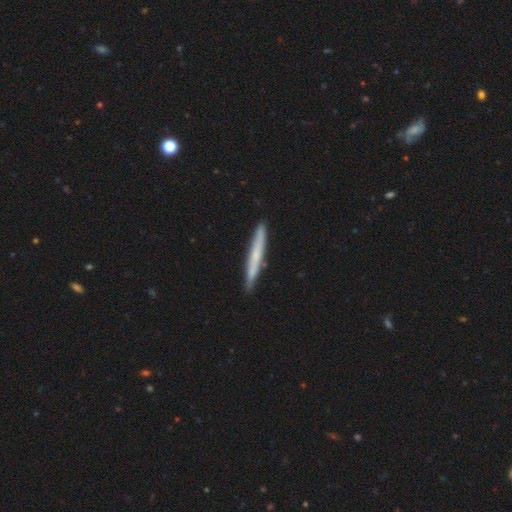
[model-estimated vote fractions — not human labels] Smooth or featured? smooth (53%)
How rounded? cigar-shaped (96%)
Merging? none (88%)